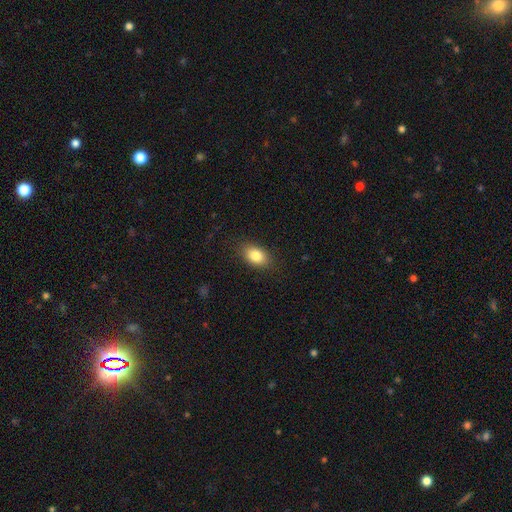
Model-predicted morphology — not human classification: A smooth galaxy with no disk features (84%) that is in between round and cigar-shaped (85%).

Vote fractions:
- Smooth or featured? smooth: 84% / star or artifact: 8% / featured or disk: 8%
- How rounded? in between: 85% / round: 13% / cigar-shaped: 2%
- Merging? none: 86% / minor disturbance: 10% / major disturbance: 3% / merger: 1%